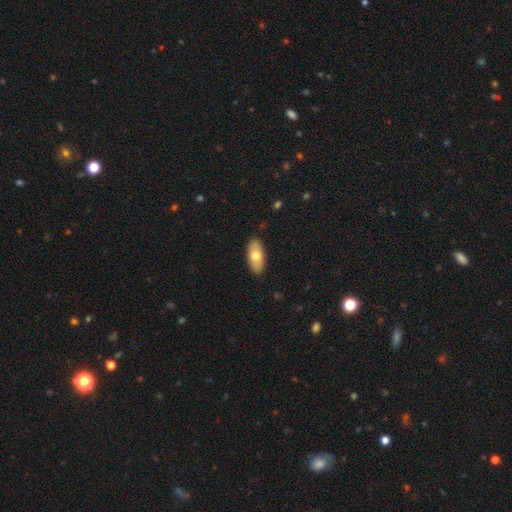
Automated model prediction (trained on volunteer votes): Q: Smooth or featured?
A: smooth (71%); runner-up: featured or disk (23%)
Q: How rounded?
A: in between (85%); runner-up: cigar-shaped (12%)
Q: Merging?
A: none (89%); runner-up: minor disturbance (8%)